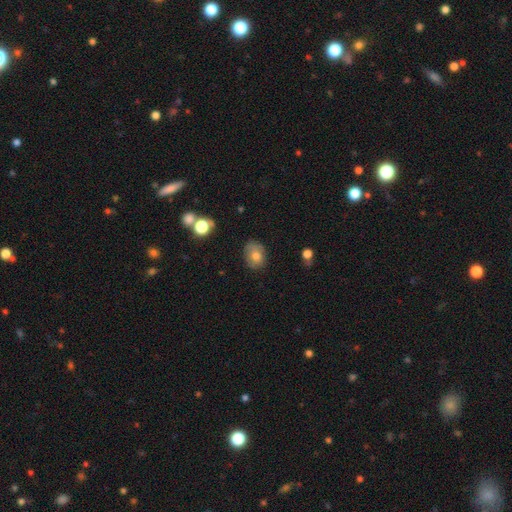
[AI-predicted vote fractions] Smooth or featured? Predicted: smooth (p=0.73). How rounded? Predicted: in between (p=0.58). Merging? Predicted: none (p=0.71).